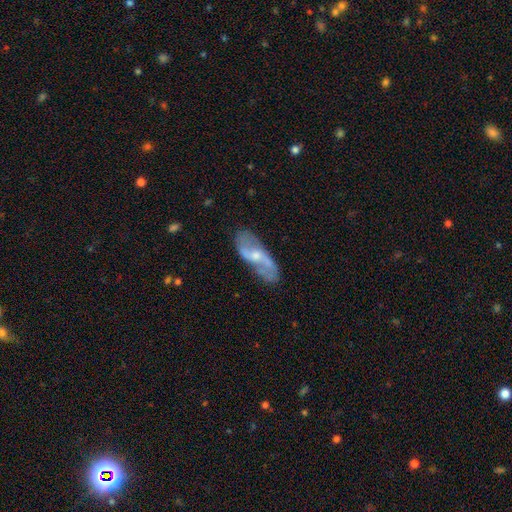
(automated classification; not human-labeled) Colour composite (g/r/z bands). It shows a featured or disk galaxy (75%) with a weak bar (44%), 2 (86%) loose (59%) spiral arms (86%) and a small central bulge (49%). Merging: none (70%).